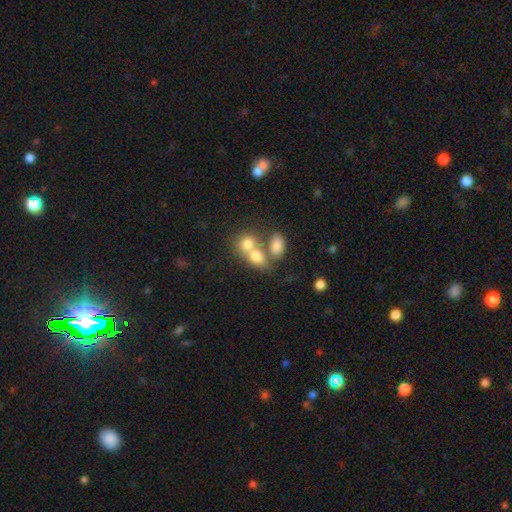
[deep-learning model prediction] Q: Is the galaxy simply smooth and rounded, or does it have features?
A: smooth — 73%.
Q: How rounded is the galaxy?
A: in between — 59%.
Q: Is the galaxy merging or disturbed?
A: merger — 58%.